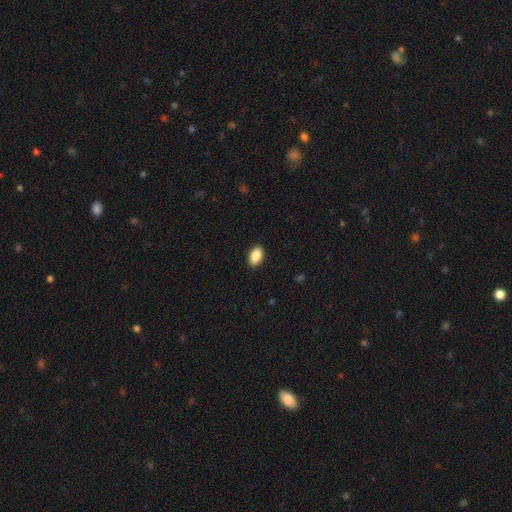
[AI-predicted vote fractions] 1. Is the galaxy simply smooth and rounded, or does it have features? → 90% smooth, 7% star or artifact, 3% featured or disk.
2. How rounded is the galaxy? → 93% in between, 5% round, 2% cigar-shaped.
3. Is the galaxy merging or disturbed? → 90% none, 7% minor disturbance, 2% major disturbance, 1% merger.